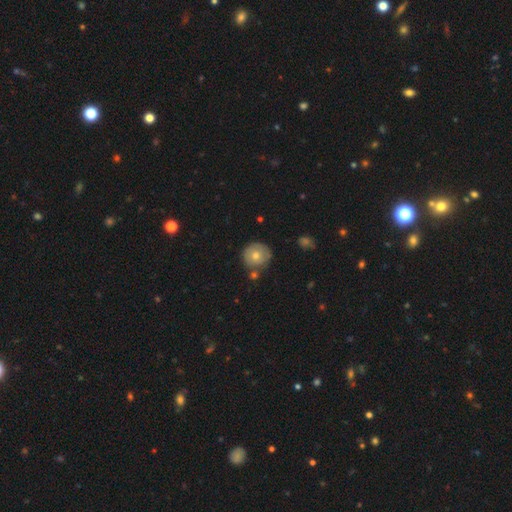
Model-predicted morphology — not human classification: smooth-or-featured: smooth: 64% | featured or disk: 28% | star or artifact: 8%
  how-rounded: round: 91% | in between: 8% | cigar-shaped: 1%
  merging: none: 72% | minor disturbance: 16% | merger: 9% | major disturbance: 4%